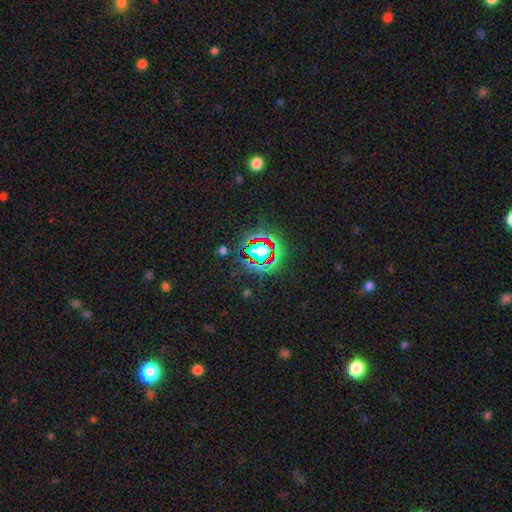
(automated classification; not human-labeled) Smooth or featured? star or artifact (78%)